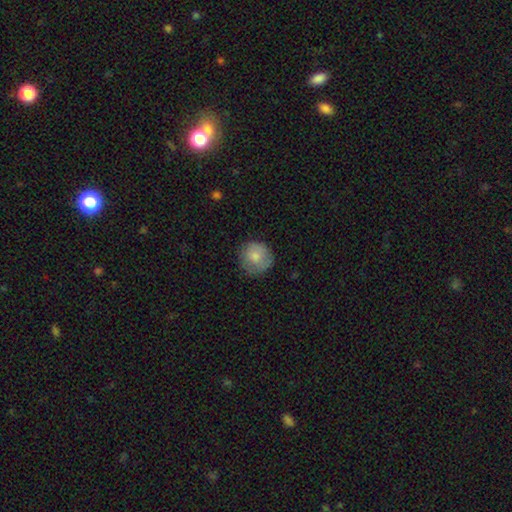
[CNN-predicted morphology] This appears to be a smooth galaxy with no disk features (79%) that is round (93%). Merging: none (76%).